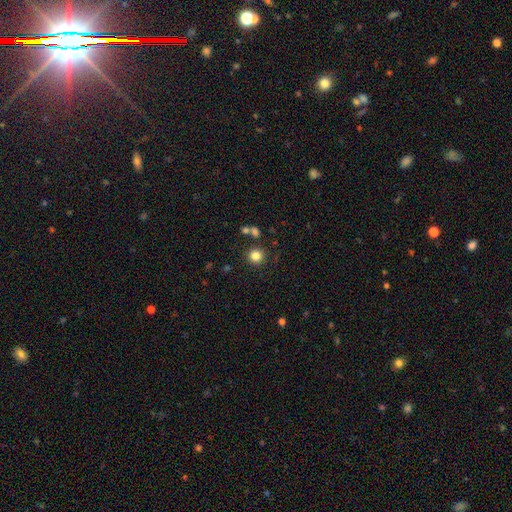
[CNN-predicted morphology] A smooth galaxy with no disk features (82%) that is round (91%). Merging: none (84%).